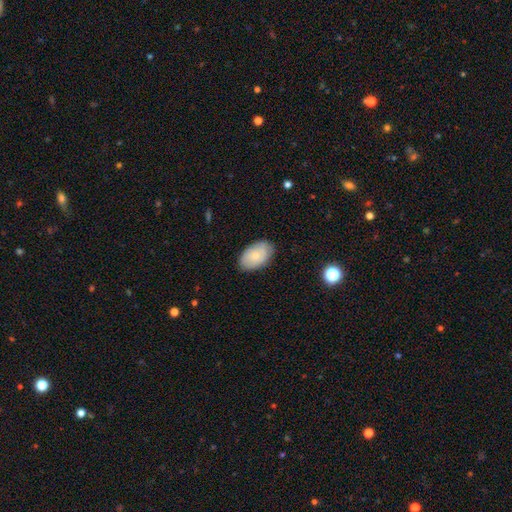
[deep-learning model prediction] A smooth galaxy with no disk features (74%) that is in between round and cigar-shaped (92%).

Vote fractions:
- Smooth or featured? smooth: 74% / featured or disk: 19% / star or artifact: 6%
- How rounded? in between: 92% / round: 6% / cigar-shaped: 1%
- Merging? none: 84% / minor disturbance: 13% / major disturbance: 3% / merger: 1%